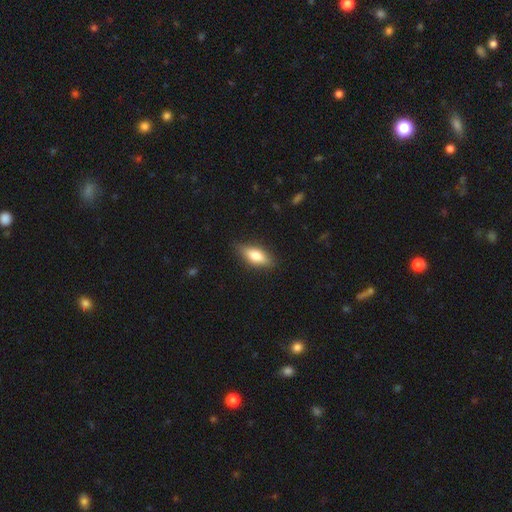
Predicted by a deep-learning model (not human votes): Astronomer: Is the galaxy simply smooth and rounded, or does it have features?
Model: smooth — 73%.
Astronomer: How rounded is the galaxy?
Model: in between — 74%.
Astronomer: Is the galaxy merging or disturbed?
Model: none — 83%.